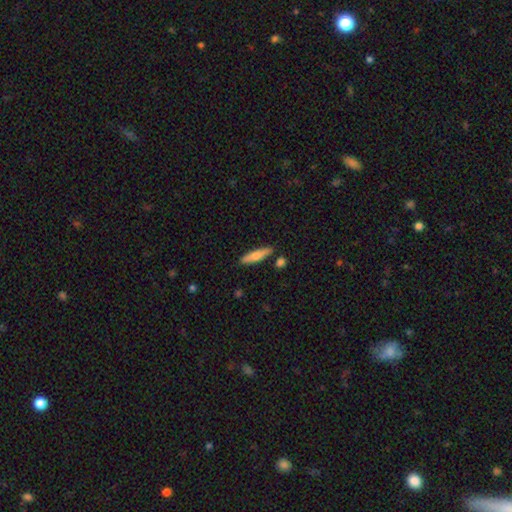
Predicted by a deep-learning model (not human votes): smooth-or-featured: smooth: 67% | featured or disk: 28% | star or artifact: 6%
  how-rounded: cigar-shaped: 75% | in between: 23% | round: 2%
  merging: none: 84% | minor disturbance: 10% | merger: 4% | major disturbance: 2%